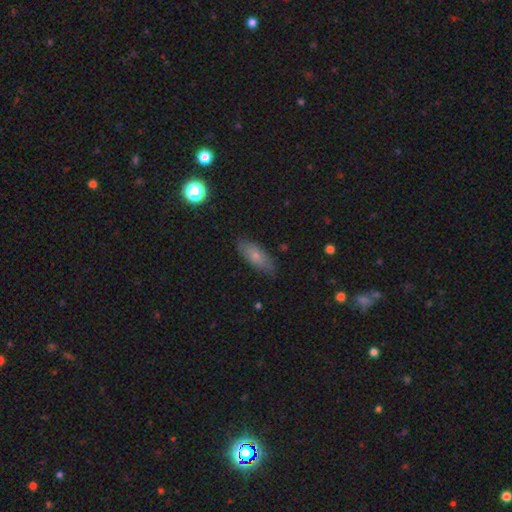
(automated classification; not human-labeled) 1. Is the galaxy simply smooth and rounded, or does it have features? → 70% smooth, 22% featured or disk, 8% star or artifact.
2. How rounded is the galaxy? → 75% in between, 21% cigar-shaped, 3% round.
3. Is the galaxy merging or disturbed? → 80% none, 16% minor disturbance, 3% major disturbance, 1% merger.